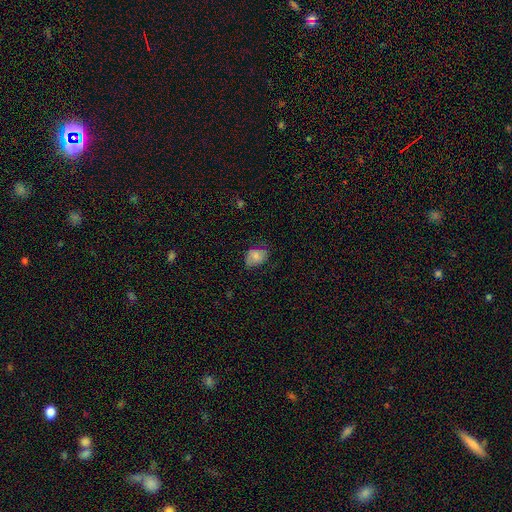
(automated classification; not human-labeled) This is likely a smooth galaxy (73%). How rounded: likely in between (75%). Merging: possibly none (59%).